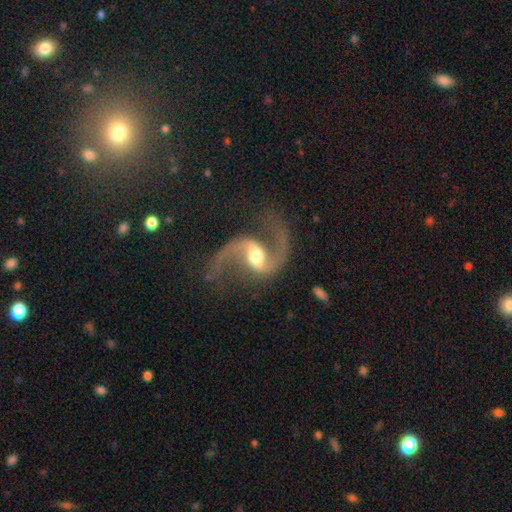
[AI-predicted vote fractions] The model was most divided on "bar": weak: 41%, strong: 37%, no: 21%. More confident: spiral arms — yes (98%); edge-on disk — no (98%); spiral arm count — 2 (95%); smooth or featured — featured or disk (93%); merging — none (77%); spiral winding — loose (69%); bulge size — moderate (64%).